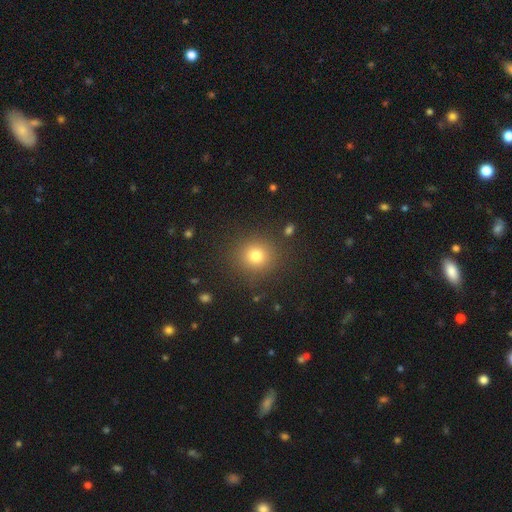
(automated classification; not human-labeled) Q: Smooth or featured?
A: smooth (79%); runner-up: star or artifact (14%)
Q: How rounded?
A: round (91%); runner-up: in between (9%)
Q: Merging?
A: none (88%); runner-up: minor disturbance (7%)